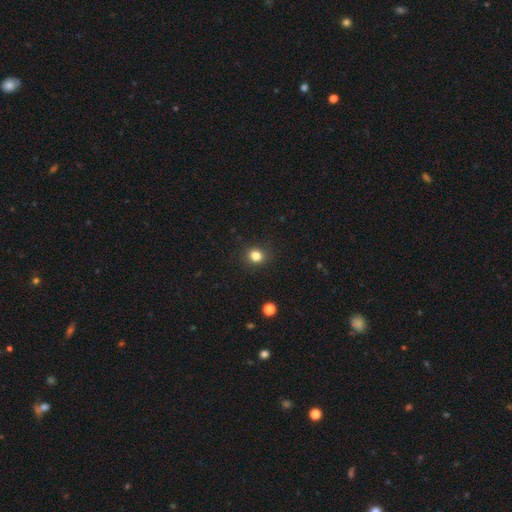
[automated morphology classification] Smooth or featured? Predicted: smooth (p=0.83). How rounded? Predicted: round (p=0.75). Merging? Predicted: none (p=0.89).